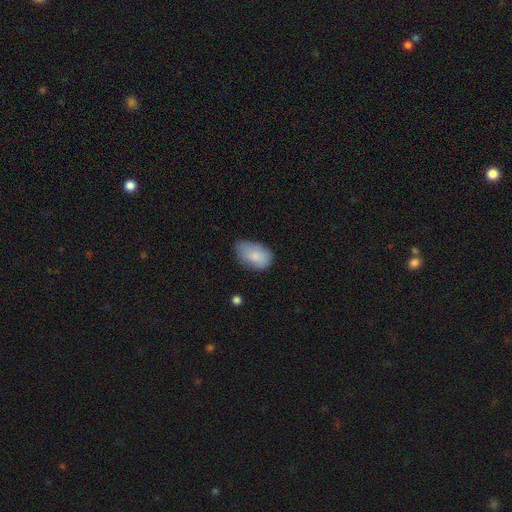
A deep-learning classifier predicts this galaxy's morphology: Overall: smooth (83%). How rounded: in between (91%). Merging: none (59%; minor disturbance 32%).